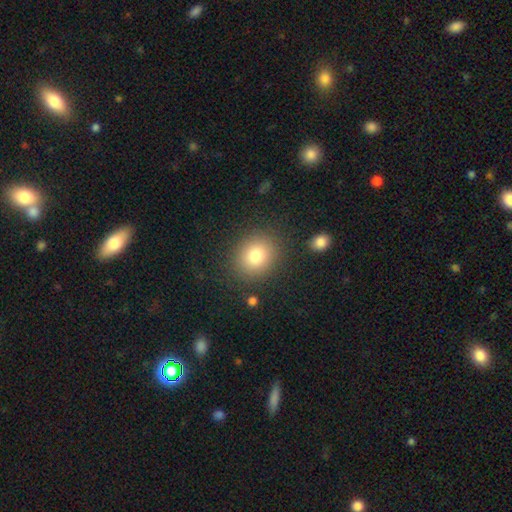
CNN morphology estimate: smooth 80%, star or artifact 11%, featured or disk 9%. Down the decision tree: how rounded — round (68%); merging — none (85%).